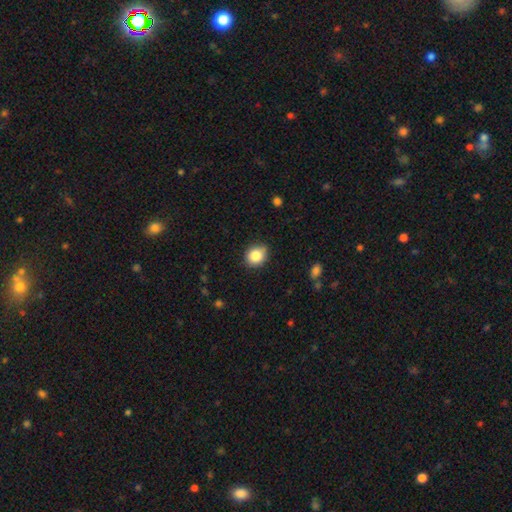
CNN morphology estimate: type=smooth (85%); roundness=round (69%); merging=none (80%).